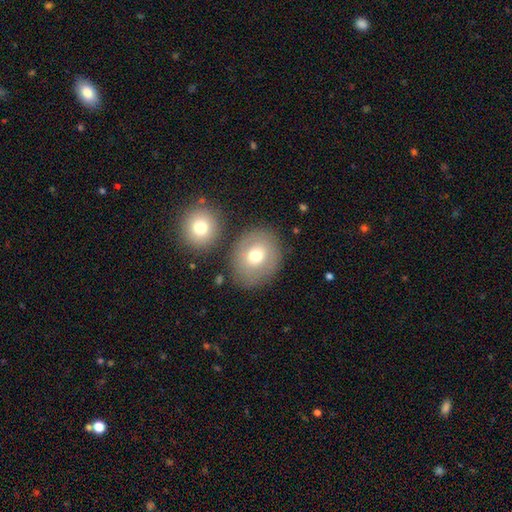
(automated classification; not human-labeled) smooth-or-featured: smooth: 68% | featured or disk: 22% | star or artifact: 10%
  how-rounded: round: 66% | in between: 33% | cigar-shaped: 1%
  merging: none: 74% | minor disturbance: 12% | merger: 9% | major disturbance: 4%